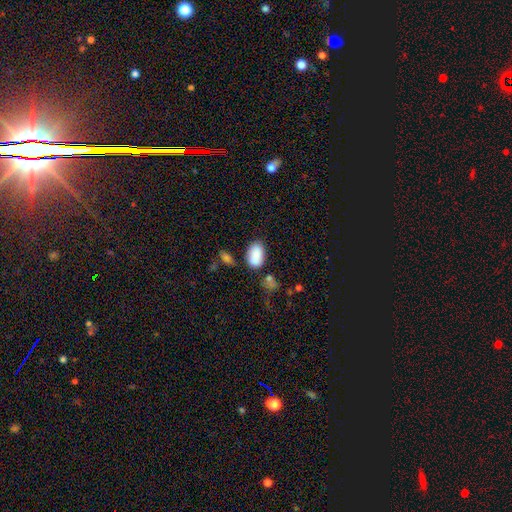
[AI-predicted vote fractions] smooth 88%, star or artifact 7%, featured or disk 5%. Down the decision tree: how rounded — in between (91%); merging — none (72%).